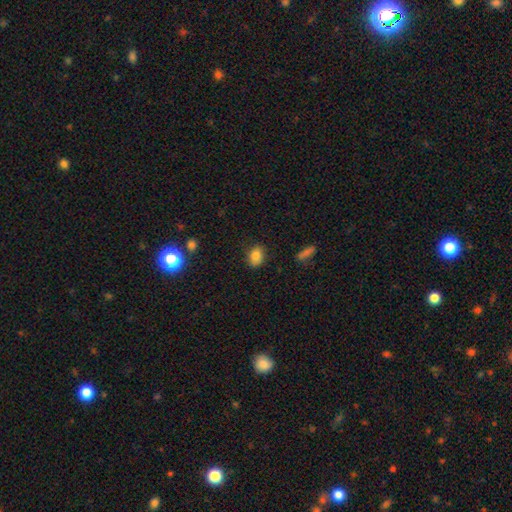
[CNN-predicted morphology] smooth 83%, star or artifact 10%, featured or disk 7%. Down the decision tree: how rounded — in between (73%); merging — none (83%).